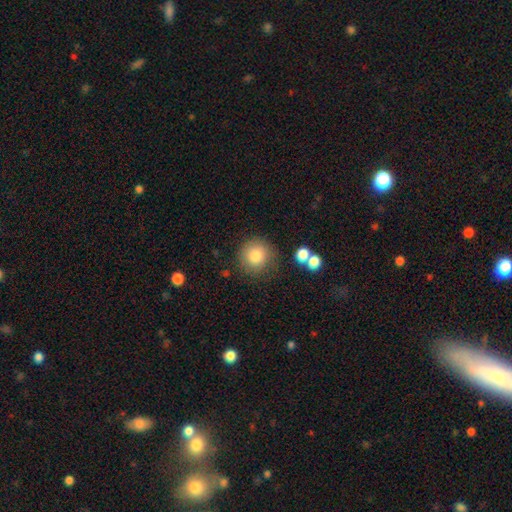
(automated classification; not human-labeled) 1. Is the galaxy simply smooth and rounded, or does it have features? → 82% smooth, 9% star or artifact, 8% featured or disk.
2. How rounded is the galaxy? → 93% round, 6% in between, 1% cigar-shaped.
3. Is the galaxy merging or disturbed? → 78% none, 12% minor disturbance, 5% merger, 5% major disturbance.